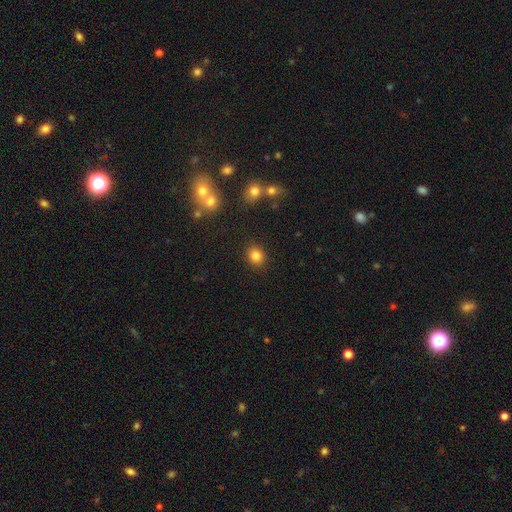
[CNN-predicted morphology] A smooth galaxy with no disk features (83%) that is round (63%). Merging: none (88%).